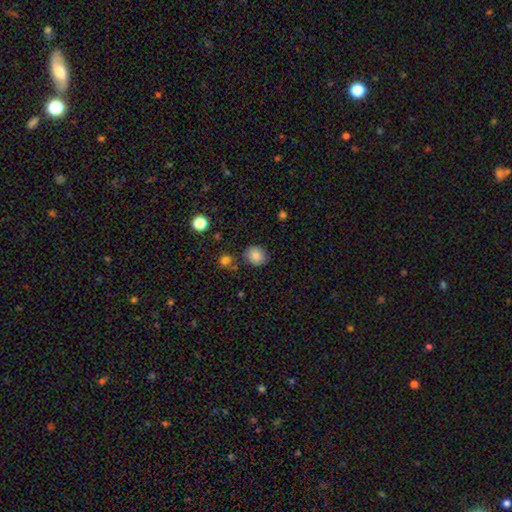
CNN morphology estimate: The model was most divided on "how rounded": round: 72%, in between: 27%, cigar-shaped: 1%. More confident: smooth or featured — smooth (83%); merging — none (82%).